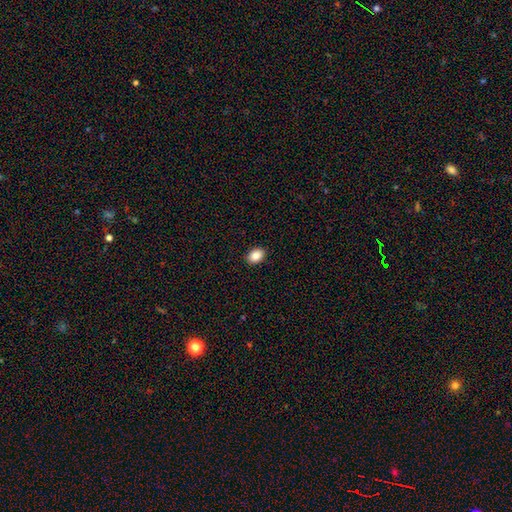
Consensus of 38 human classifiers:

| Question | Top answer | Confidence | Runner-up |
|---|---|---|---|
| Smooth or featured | smooth | 92% | star or artifact (5%) |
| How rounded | in between | 71% | round (29%) |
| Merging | none | 89% | minor disturbance (6%) |